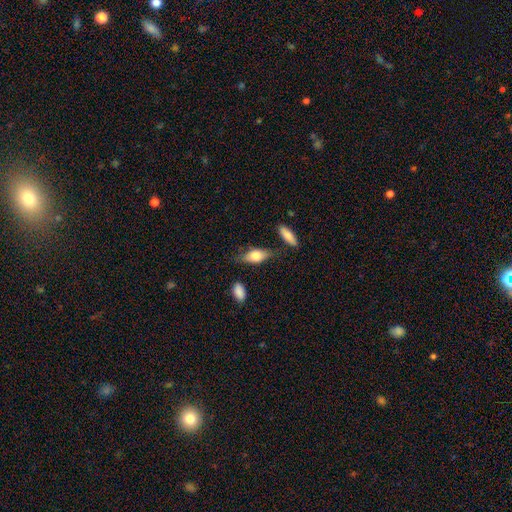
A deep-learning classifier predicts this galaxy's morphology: The model was most divided on "smooth or featured": smooth: 64%, featured or disk: 30%, star or artifact: 7%. More confident: how rounded — in between (75%); merging — none (70%).